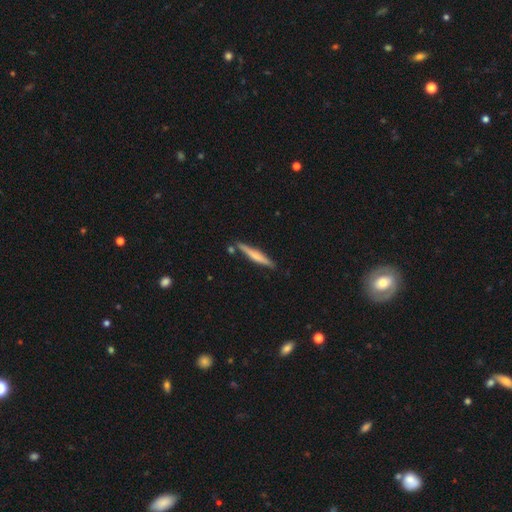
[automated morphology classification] Overall: smooth (52%; featured or disk 42%). How rounded: cigar-shaped (94%). Merging: none (82%).